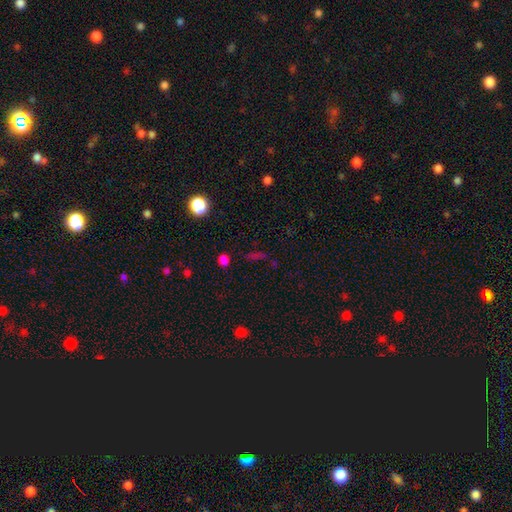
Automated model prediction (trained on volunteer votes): This is possibly a star or artifact rather than a galaxy (46%).